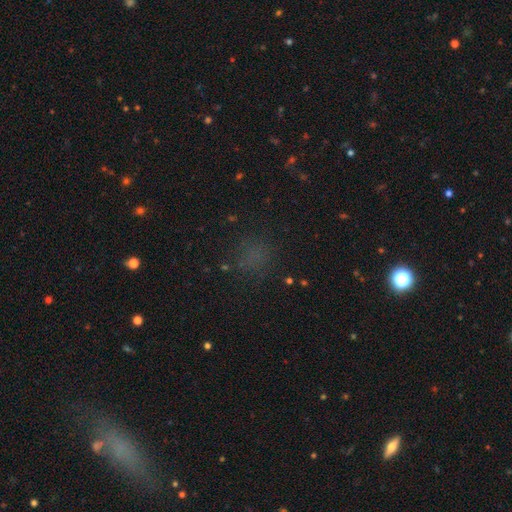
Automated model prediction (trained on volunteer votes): The model was most divided on "smooth or featured": smooth: 56%, star or artifact: 34%, featured or disk: 9%. More confident: how rounded — round (80%); merging — none (76%).